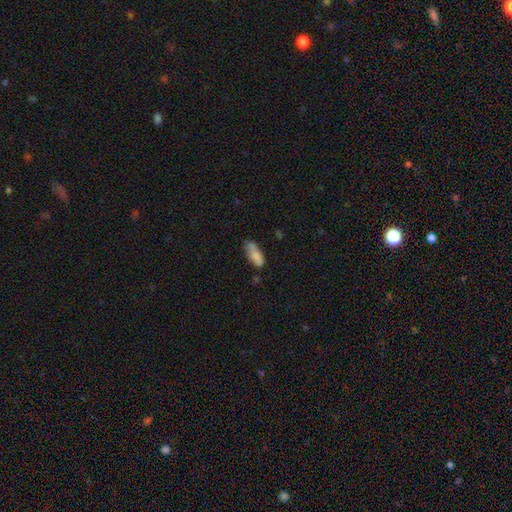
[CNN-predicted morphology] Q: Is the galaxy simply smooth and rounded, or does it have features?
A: smooth — 76%.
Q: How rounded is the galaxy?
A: in between — 77%.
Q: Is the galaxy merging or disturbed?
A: none — 45%.